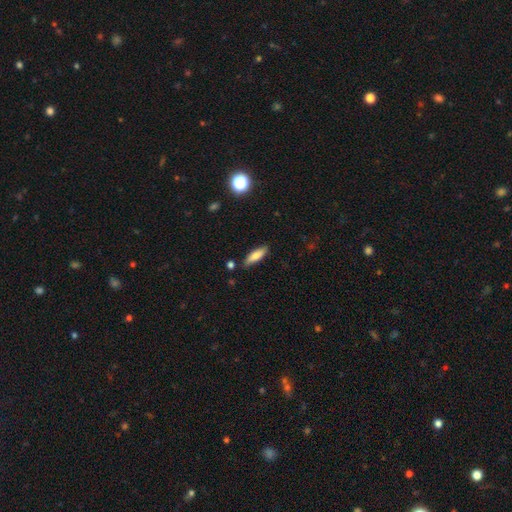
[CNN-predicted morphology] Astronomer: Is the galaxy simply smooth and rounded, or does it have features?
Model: smooth — 78%.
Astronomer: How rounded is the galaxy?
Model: in between — 49% (runner-up: cigar-shaped, 48%).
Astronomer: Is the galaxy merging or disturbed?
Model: none — 83%.